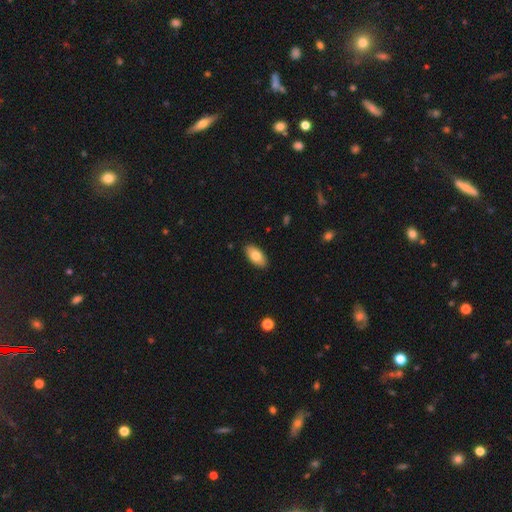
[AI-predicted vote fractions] A smooth galaxy with no disk features (78%) that is in between round and cigar-shaped (92%).

Vote fractions:
- Smooth or featured? smooth: 78% / featured or disk: 16% / star or artifact: 6%
- How rounded? in between: 92% / cigar-shaped: 5% / round: 3%
- Merging? none: 89% / minor disturbance: 8% / major disturbance: 2% / merger: 1%